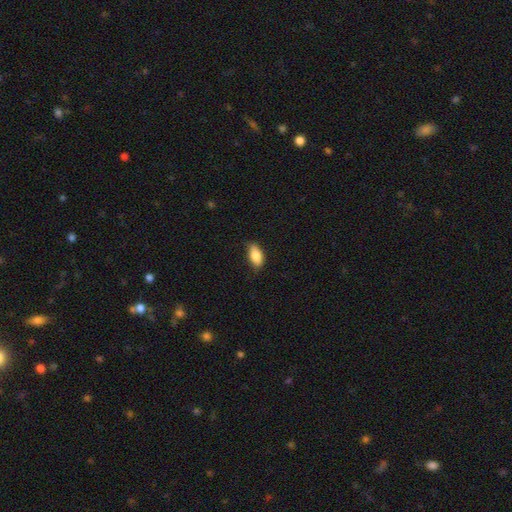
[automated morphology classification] smooth 84%, featured or disk 9%, star or artifact 7%. Down the decision tree: how rounded — in between (88%); merging — none (76%).